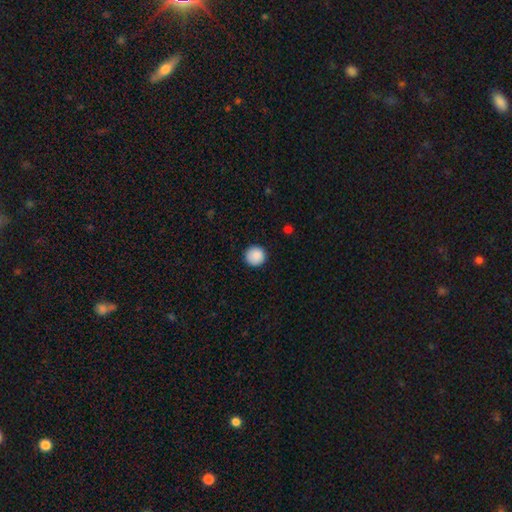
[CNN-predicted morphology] Q: Smooth or featured?
A: smooth (89%); runner-up: star or artifact (8%)
Q: How rounded?
A: round (95%); runner-up: in between (4%)
Q: Merging?
A: none (91%); runner-up: minor disturbance (7%)